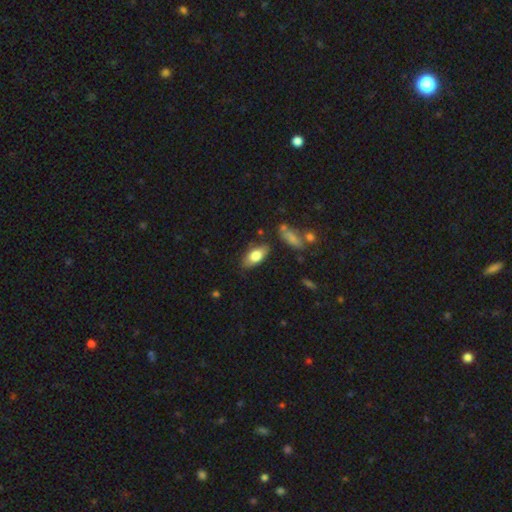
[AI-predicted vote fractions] Smooth or featured? smooth (77%)
How rounded? in between (87%)
Merging? none (79%)